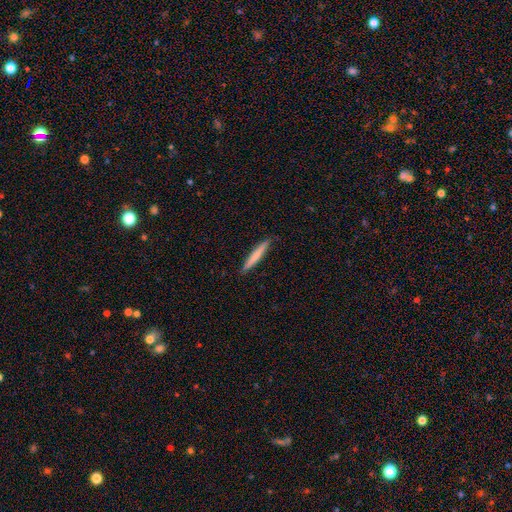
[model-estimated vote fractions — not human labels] Overall: smooth (71%). How rounded: cigar-shaped (96%). Merging: none (89%).